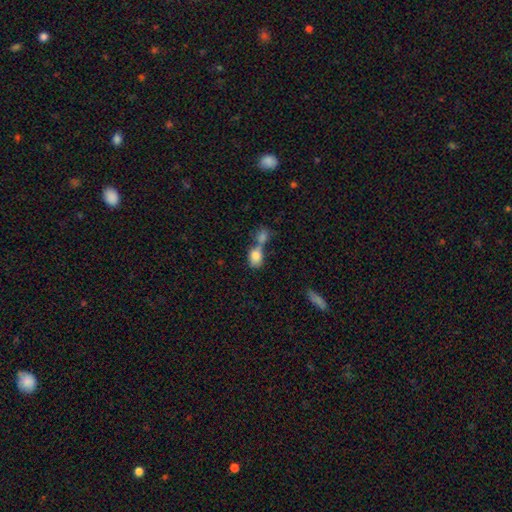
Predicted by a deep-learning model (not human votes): A smooth galaxy with no disk features (81%) that is in between round and cigar-shaped (71%).

Vote fractions:
- Smooth or featured? smooth: 81% / featured or disk: 10% / star or artifact: 8%
- How rounded? in between: 71% / round: 27% / cigar-shaped: 2%
- Merging? merger: 60% / none: 25% / minor disturbance: 9% / major disturbance: 6%